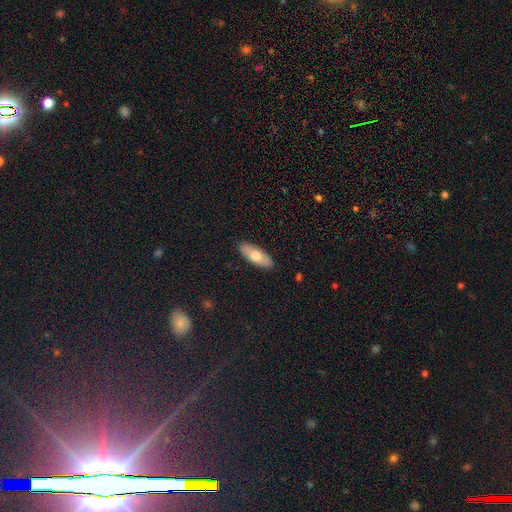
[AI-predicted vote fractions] This is likely a smooth galaxy (66%). How rounded: likely in between (75%). Merging: clearly none (88%).